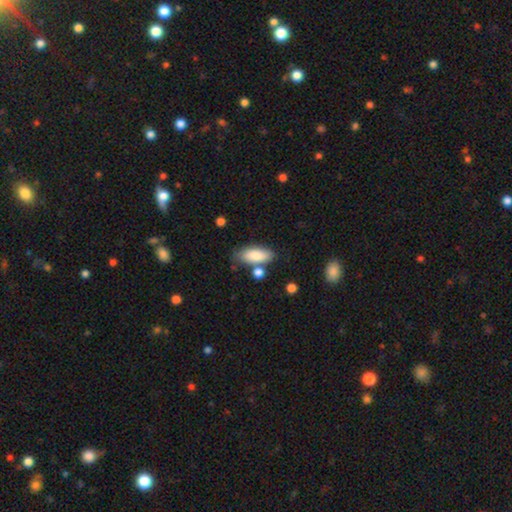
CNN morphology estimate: type=smooth (83%); roundness=in between (81%); merging=none (69%).